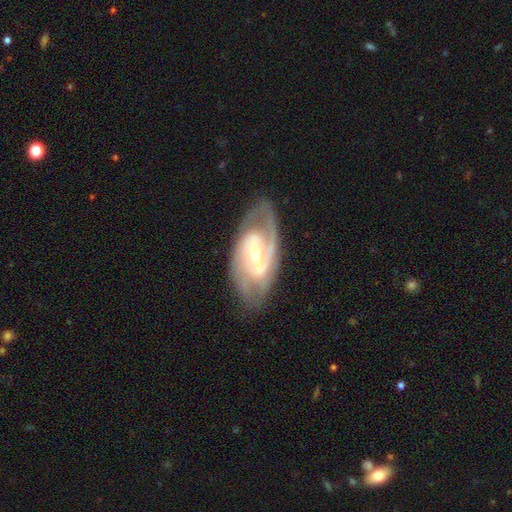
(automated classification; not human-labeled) smooth_or_featured: featured or disk (p=0.88) [alt: smooth p=0.08]
disk_edge_on: no (p=0.95) [alt: yes p=0.05]
bar: weak (p=0.45) [alt: strong p=0.29]
has_spiral_arms: yes (p=0.96) [alt: no p=0.04]
spiral_winding: medium (p=0.47) [alt: tight p=0.41]
spiral_arm_count: 2 (p=0.67) [alt: 3 p=0.13]
bulge_size: small (p=0.50) [alt: moderate p=0.45]
merging: none (p=0.76) [alt: minor disturbance p=0.16]